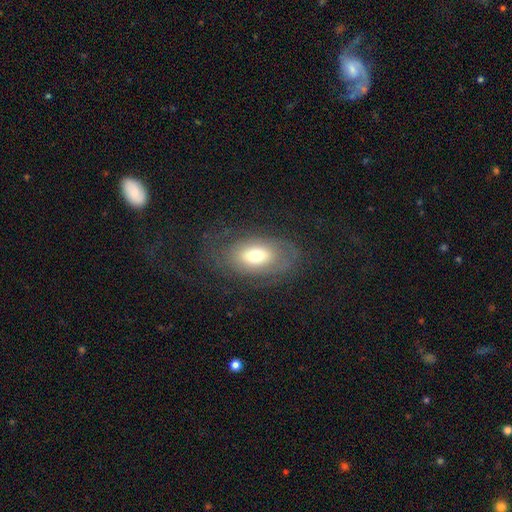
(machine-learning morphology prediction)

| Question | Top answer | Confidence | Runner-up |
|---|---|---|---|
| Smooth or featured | smooth | 52% | featured or disk (39%) |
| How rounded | in between | 87% | round (11%) |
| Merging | none | 68% | minor disturbance (18%) |